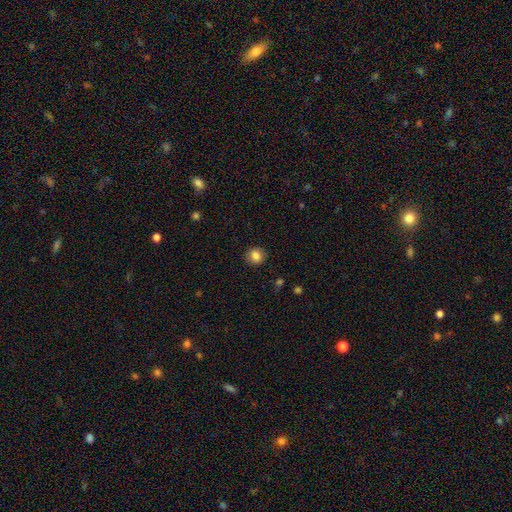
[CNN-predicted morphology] smooth_or_featured: smooth (p=0.84) [alt: star or artifact p=0.10]
how_rounded: round (p=0.86) [alt: in between p=0.13]
merging: none (p=0.89) [alt: minor disturbance p=0.08]